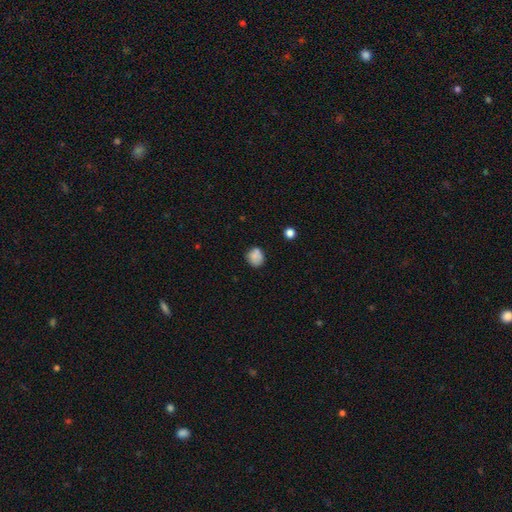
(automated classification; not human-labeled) smooth_or_featured: smooth (p=0.80) [alt: star or artifact p=0.10]
how_rounded: round (p=0.70) [alt: in between p=0.29]
merging: none (p=0.68) [alt: minor disturbance p=0.21]